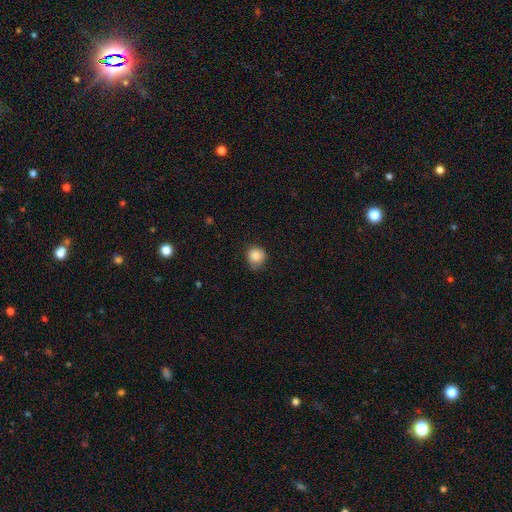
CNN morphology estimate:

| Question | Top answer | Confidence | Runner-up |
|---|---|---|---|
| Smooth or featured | smooth | 86% | star or artifact (9%) |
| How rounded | round | 85% | in between (14%) |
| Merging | none | 70% | minor disturbance (24%) |